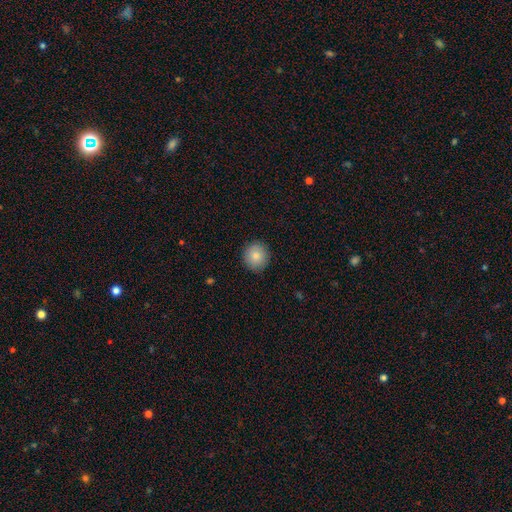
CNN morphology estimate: Smooth or featured? smooth (84%)
How rounded? round (91%)
Merging? none (90%)